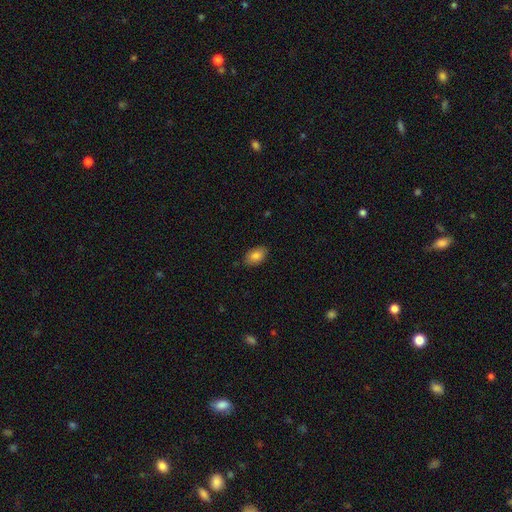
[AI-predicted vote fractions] This is clearly a smooth galaxy (83%). How rounded: clearly in between (90%). Merging: clearly none (84%).